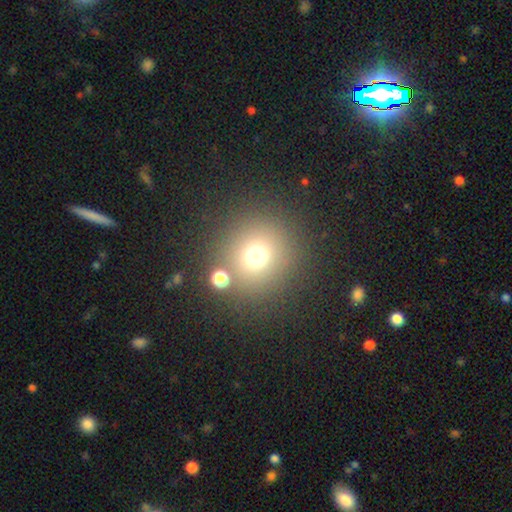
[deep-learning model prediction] smooth 70%, star or artifact 20%, featured or disk 10%. Down the decision tree: how rounded — round (92%); merging — none (80%).